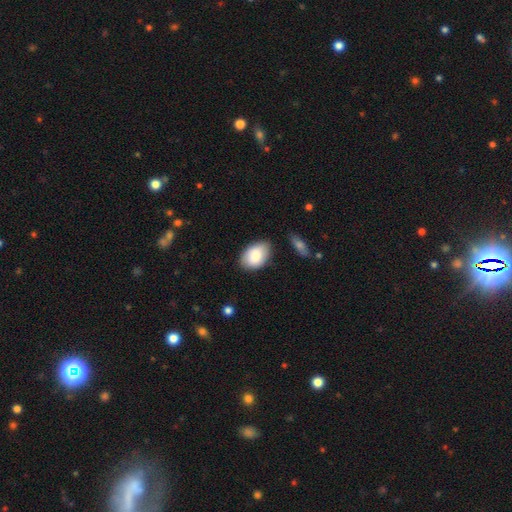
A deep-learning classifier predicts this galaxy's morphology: The model was most divided on "merging": none: 77%, minor disturbance: 17%, major disturbance: 3%, merger: 3%. More confident: how rounded — in between (88%); smooth or featured — smooth (83%).